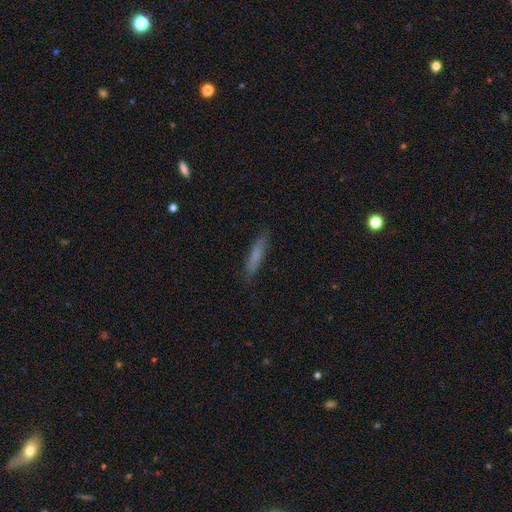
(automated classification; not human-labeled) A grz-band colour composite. It shows a smooth galaxy with no disk features (69%) that is cigar-shaped (88%). Merging: none (84%).